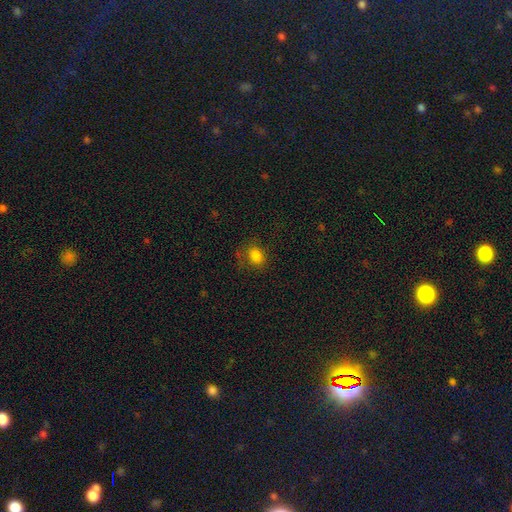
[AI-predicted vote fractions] A smooth galaxy with no disk features (80%) that is in between round and cigar-shaped (60%).

Vote fractions:
- Smooth or featured? smooth: 80% / star or artifact: 14% / featured or disk: 6%
- How rounded? in between: 60% / round: 39% / cigar-shaped: 1%
- Merging? none: 69% / minor disturbance: 19% / major disturbance: 10% / merger: 2%